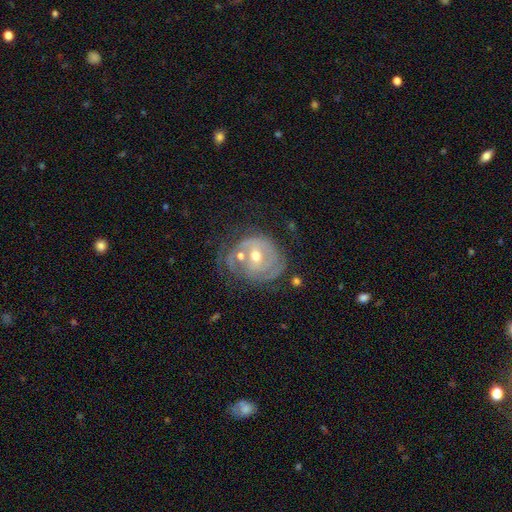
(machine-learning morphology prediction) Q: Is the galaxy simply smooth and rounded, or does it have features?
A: featured or disk — 80%.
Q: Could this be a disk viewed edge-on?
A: no — 97%.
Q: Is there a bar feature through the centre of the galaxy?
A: no — 49%.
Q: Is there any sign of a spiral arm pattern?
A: yes — 83%.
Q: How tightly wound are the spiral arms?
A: tight — 68%.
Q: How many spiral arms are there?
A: can't tell — 40%.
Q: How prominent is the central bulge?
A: moderate — 64%.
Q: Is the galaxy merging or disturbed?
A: none — 50%.